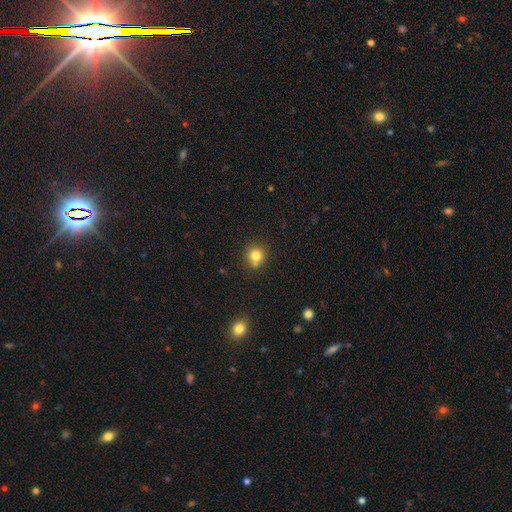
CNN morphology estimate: Smooth or featured? smooth (78%)
How rounded? round (87%)
Merging? none (62%)